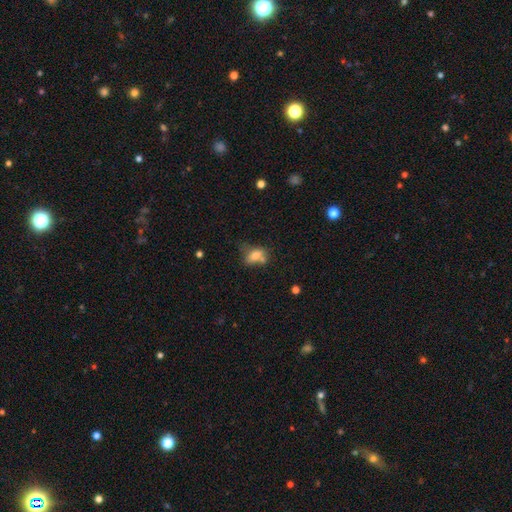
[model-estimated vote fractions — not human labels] smooth_or_featured: smooth (p=0.71) [alt: featured or disk p=0.17]
how_rounded: in between (p=0.77) [alt: round p=0.20]
merging: none (p=0.36) [alt: merger p=0.26]